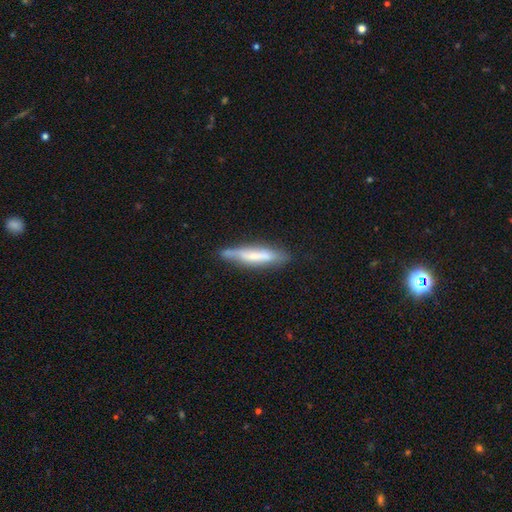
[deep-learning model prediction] smooth 52%, featured or disk 42%, star or artifact 6%. Down the decision tree: how rounded — cigar-shaped (85%); merging — none (70%).